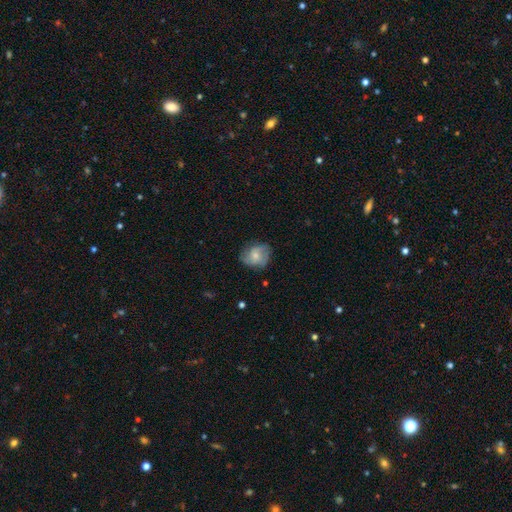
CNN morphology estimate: Overall: smooth (51%; featured or disk 41%). How rounded: round (67%; in between 32%). Merging: none (66%).